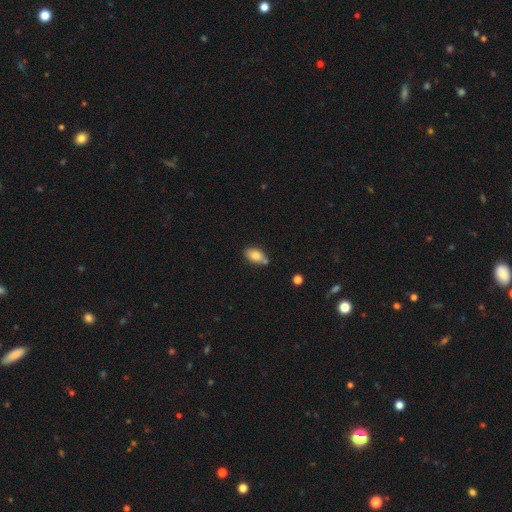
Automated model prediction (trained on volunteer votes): Morphology: type=smooth (83%); roundness=in between (91%); merging=none (67%).